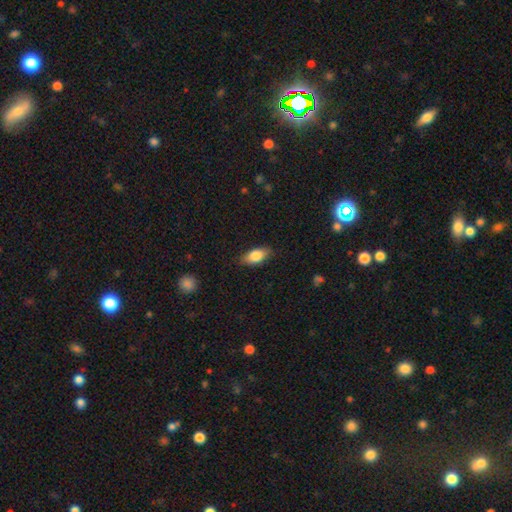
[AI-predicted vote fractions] Overall: smooth (81%). How rounded: in between (87%). Merging: none (84%).